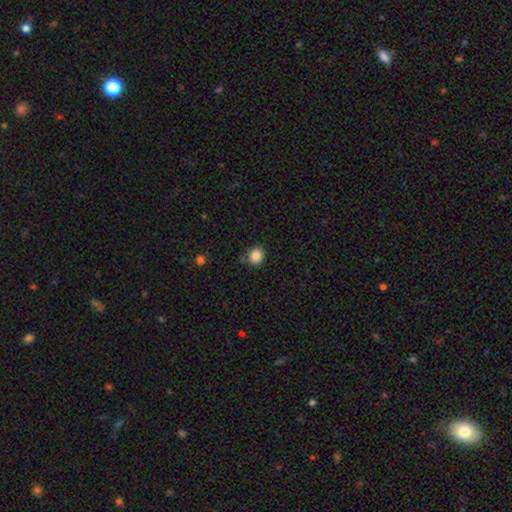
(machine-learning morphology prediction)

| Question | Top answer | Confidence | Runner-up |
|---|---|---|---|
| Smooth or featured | smooth | 86% | star or artifact (10%) |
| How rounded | round | 80% | in between (20%) |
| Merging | none | 83% | minor disturbance (11%) |